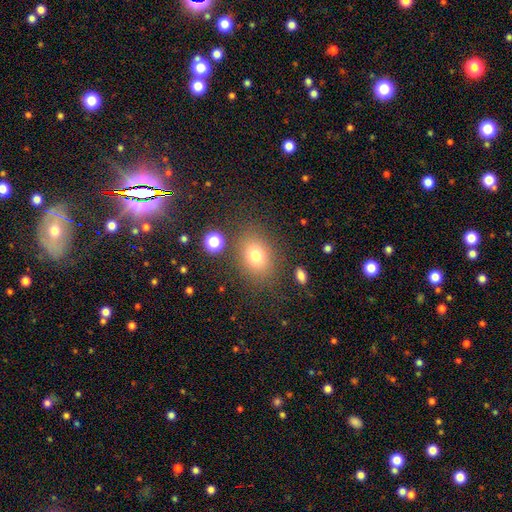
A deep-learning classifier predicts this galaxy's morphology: This is likely a smooth galaxy (75%). How rounded: possibly in between (55%). Merging: likely none (79%).